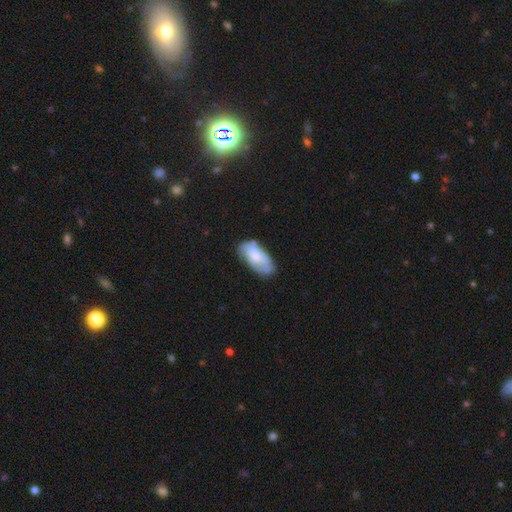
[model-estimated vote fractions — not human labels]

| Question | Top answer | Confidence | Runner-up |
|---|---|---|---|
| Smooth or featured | smooth | 59% | featured or disk (35%) |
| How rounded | in between | 93% | cigar-shaped (5%) |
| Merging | none | 59% | minor disturbance (28%) |